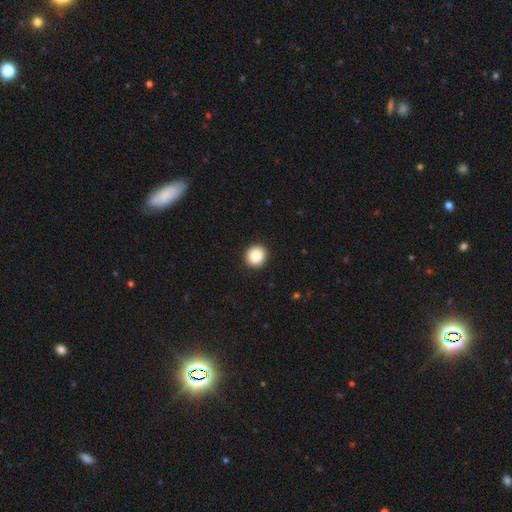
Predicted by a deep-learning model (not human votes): Smooth or featured? Predicted: smooth (p=0.87). How rounded? Predicted: round (p=0.94). Merging? Predicted: none (p=0.93).